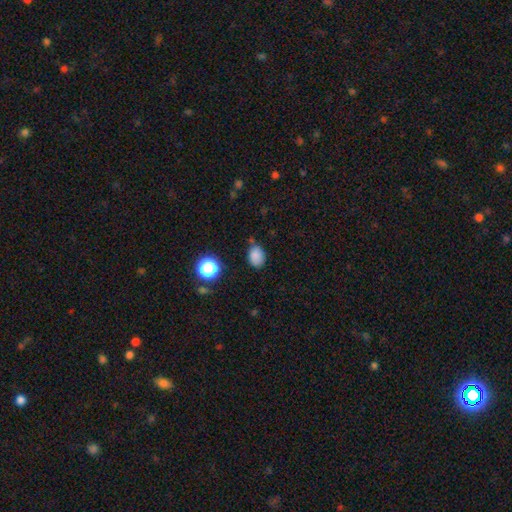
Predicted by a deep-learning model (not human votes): This is clearly a smooth galaxy (83%). How rounded: likely in between (67%). Merging: likely none (71%).